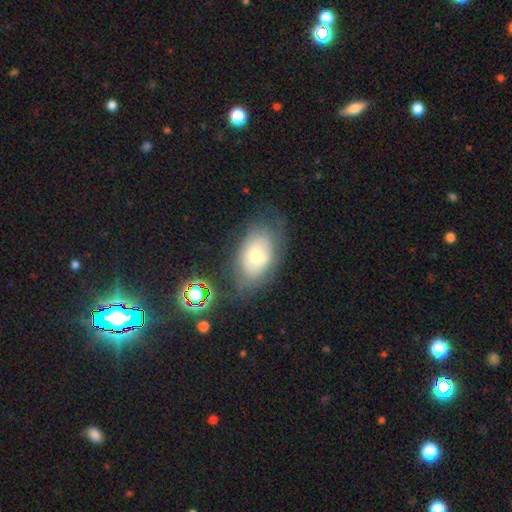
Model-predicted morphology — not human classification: Smooth or featured?
  - smooth: 52% *
  - featured or disk: 36%
  - star or artifact: 12%
How rounded?
  - in between: 88% *
  - round: 10%
  - cigar-shaped: 2%
Merging?
  - none: 63% *
  - minor disturbance: 22%
  - major disturbance: 11%
  - merger: 4%